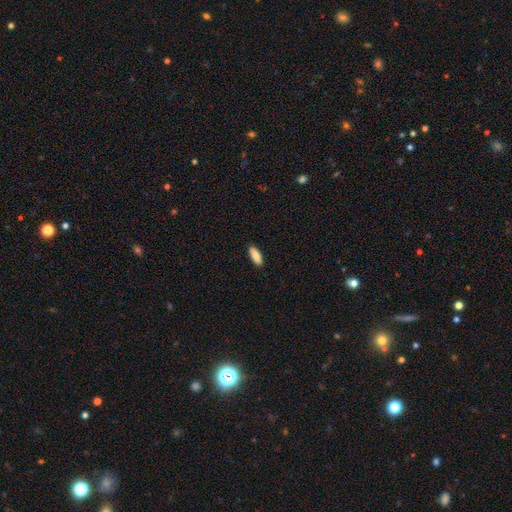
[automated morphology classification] A smooth galaxy with no disk features (86%) that is in between round and cigar-shaped (70%). Merging: none (90%).